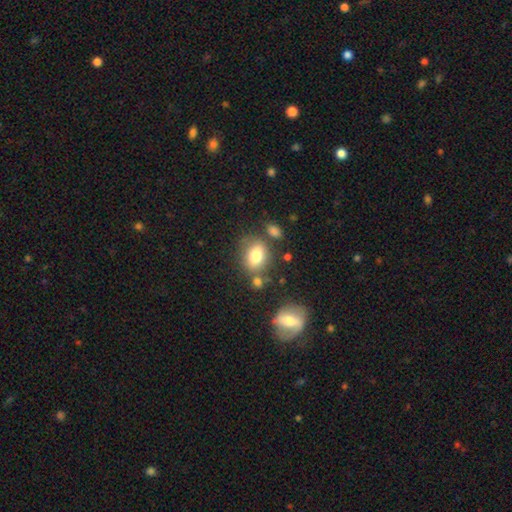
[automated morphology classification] A smooth galaxy with no disk features (78%) that is in between round and cigar-shaped (69%).

Vote fractions:
- Smooth or featured? smooth: 78% / featured or disk: 13% / star or artifact: 9%
- How rounded? in between: 69% / round: 29% / cigar-shaped: 2%
- Merging? none: 64% / minor disturbance: 16% / merger: 14% / major disturbance: 6%